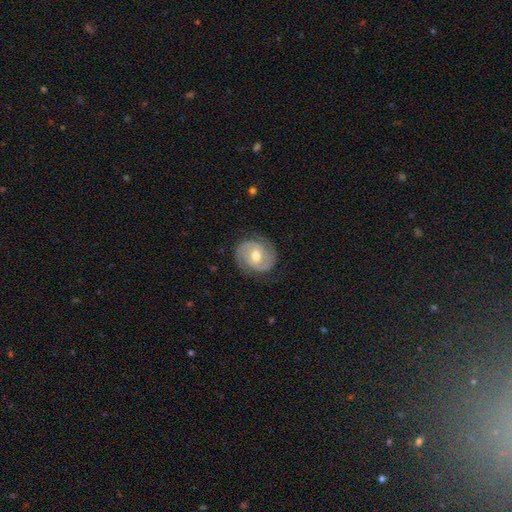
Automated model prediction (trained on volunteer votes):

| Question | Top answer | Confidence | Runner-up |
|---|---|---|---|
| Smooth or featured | featured or disk | 80% | smooth (14%) |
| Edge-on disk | no | 98% | yes (2%) |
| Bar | no | 46% | weak (42%) |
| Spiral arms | yes | 92% | no (8%) |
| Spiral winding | tight | 54% | medium (36%) |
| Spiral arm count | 2 | 88% | can't tell (6%) |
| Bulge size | moderate | 78% | small (14%) |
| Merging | none | 80% | minor disturbance (14%) |